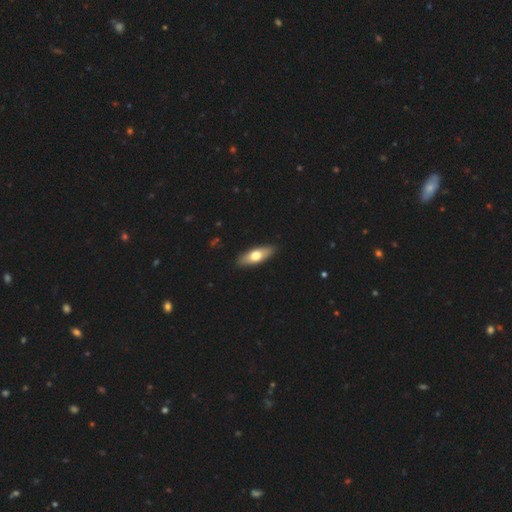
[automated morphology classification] smooth-or-featured: smooth: 64% | featured or disk: 31% | star or artifact: 5%
  how-rounded: in between: 66% | cigar-shaped: 32% | round: 3%
  merging: none: 90% | minor disturbance: 7% | major disturbance: 1% | merger: 1%